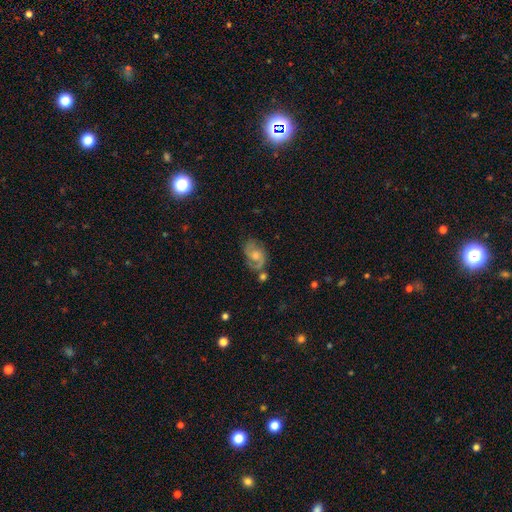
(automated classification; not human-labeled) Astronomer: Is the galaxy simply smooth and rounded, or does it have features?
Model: featured or disk — 73%.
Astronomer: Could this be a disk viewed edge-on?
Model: no — 97%.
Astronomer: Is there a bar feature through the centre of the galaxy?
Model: no — 62%.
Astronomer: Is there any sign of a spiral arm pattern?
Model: yes — 92%.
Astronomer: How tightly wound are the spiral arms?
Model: medium — 51% (runner-up: tight, 27%).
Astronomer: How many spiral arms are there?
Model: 2 — 84%.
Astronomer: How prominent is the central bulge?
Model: moderate — 55%.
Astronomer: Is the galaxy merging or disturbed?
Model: none — 63%.